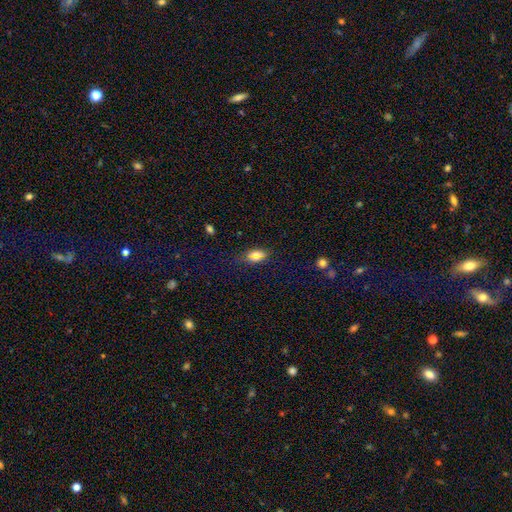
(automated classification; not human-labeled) Overall: smooth (63%; star or artifact 25%). How rounded: in between (77%). Merging: none (78%).